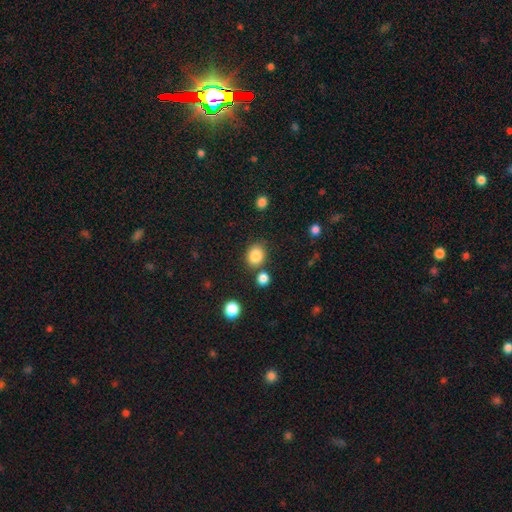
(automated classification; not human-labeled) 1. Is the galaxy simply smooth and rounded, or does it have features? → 85% smooth, 10% star or artifact, 5% featured or disk.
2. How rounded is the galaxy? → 66% round, 33% in between, 1% cigar-shaped.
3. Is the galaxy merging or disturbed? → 77% none, 11% minor disturbance, 9% merger, 3% major disturbance.